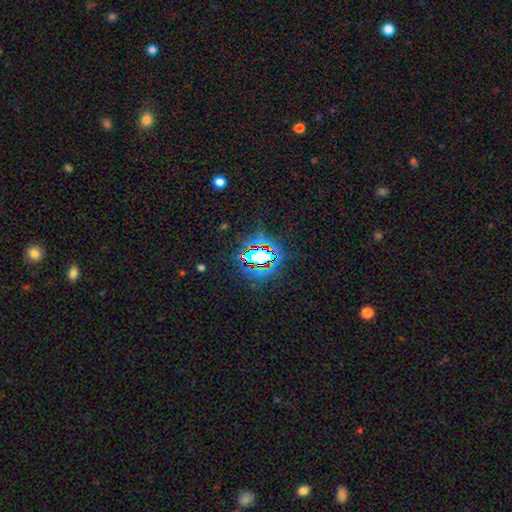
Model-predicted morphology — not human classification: This is likely a star or artifact rather than a galaxy (71%).